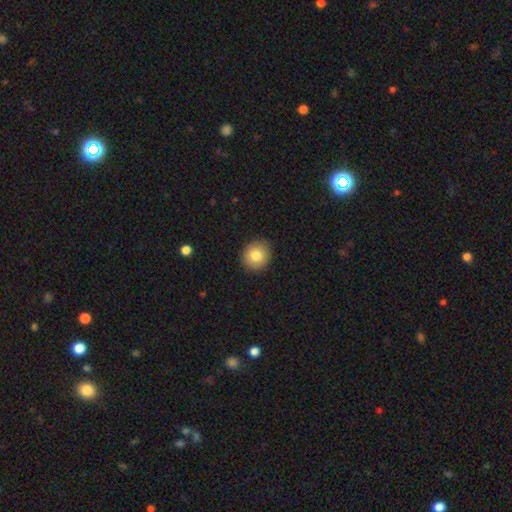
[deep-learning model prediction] The model was most divided on "how rounded": round: 84%, in between: 15%, cigar-shaped: 1%. More confident: merging — none (89%); smooth or featured — smooth (82%).